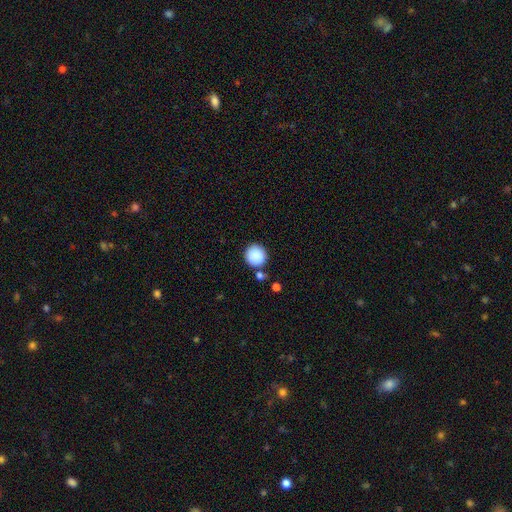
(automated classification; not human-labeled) This appears to be a smooth galaxy with no disk features (88%) that is round (94%). Merging: none (81%).